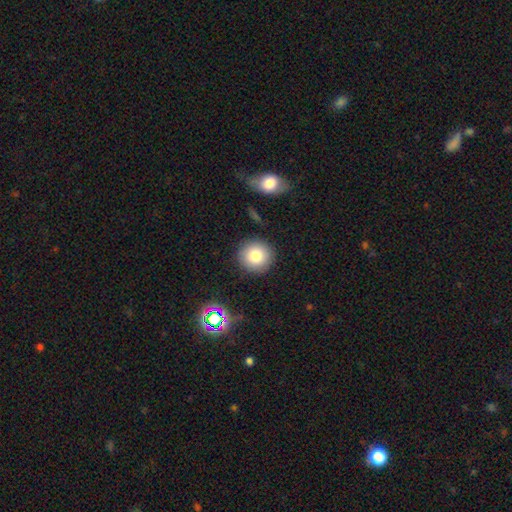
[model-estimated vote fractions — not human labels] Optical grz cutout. It shows a smooth galaxy with no disk features (80%) that is round (94%). Merging: none (89%).